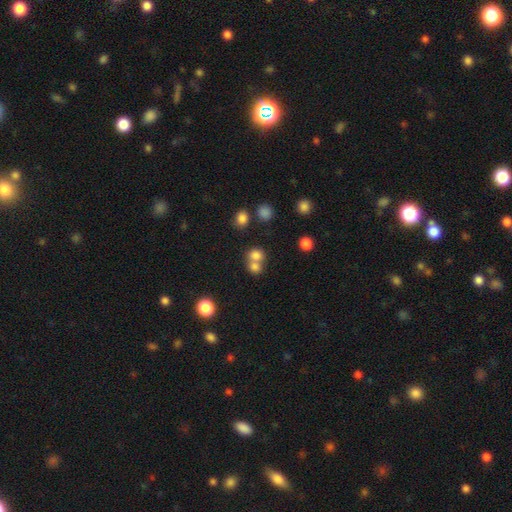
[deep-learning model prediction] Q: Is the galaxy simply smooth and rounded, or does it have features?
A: smooth — 76%.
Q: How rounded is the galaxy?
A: round — 74%.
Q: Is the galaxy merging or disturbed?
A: merger — 57%.